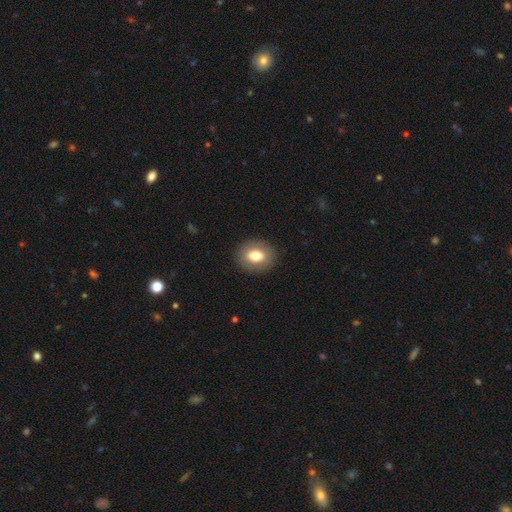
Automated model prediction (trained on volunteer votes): This is likely a smooth galaxy (76%). How rounded: possibly round (51%). Merging: clearly none (88%).